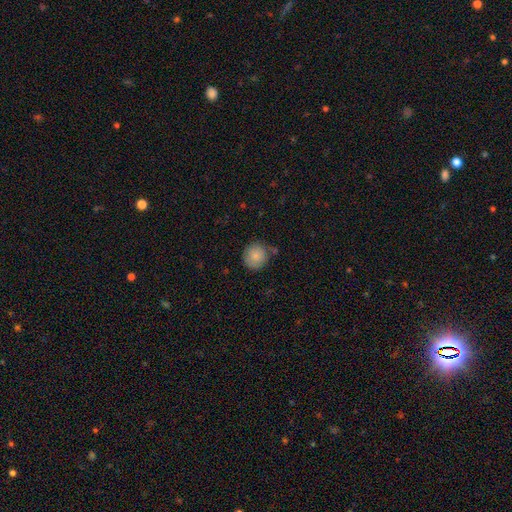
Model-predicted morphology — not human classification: The model was most divided on "merging": none: 74%, minor disturbance: 17%, merger: 6%, major disturbance: 4%. More confident: how rounded — round (91%); smooth or featured — smooth (85%).